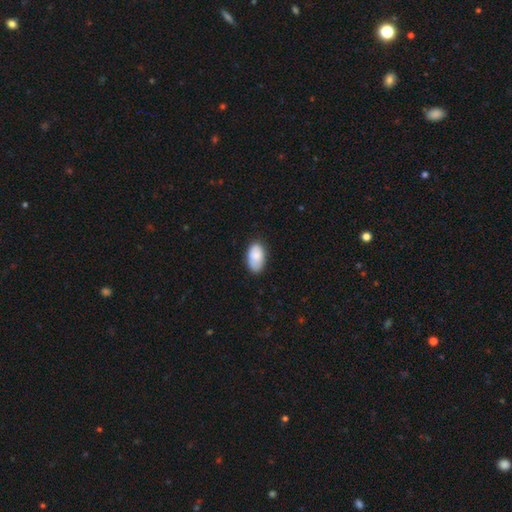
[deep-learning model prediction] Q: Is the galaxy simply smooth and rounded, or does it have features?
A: smooth — 85%.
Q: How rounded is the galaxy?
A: in between — 95%.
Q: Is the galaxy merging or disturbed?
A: none — 78%.